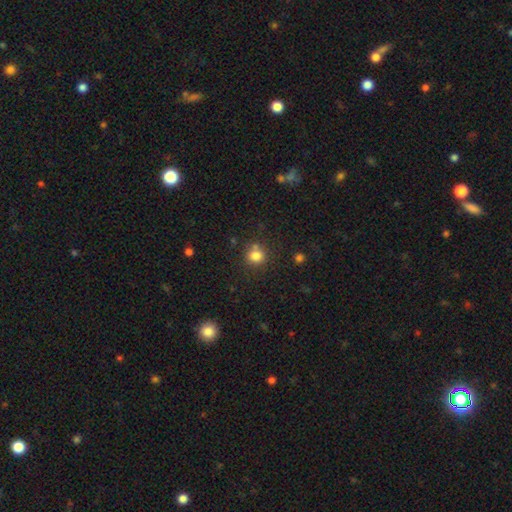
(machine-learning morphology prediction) Smooth or featured: smooth — 80% (star or artifact — 13%)
How rounded: round — 85% (in between — 14%)
Merging: none — 70% (merger — 15%)